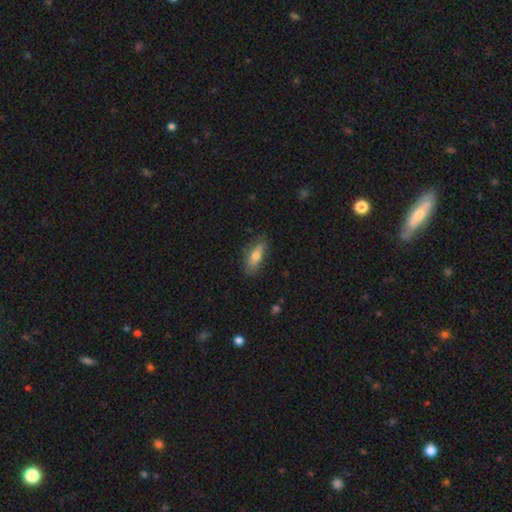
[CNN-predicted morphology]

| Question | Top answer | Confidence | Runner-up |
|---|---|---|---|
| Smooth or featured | smooth | 69% | featured or disk (24%) |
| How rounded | in between | 72% | cigar-shaped (24%) |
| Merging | none | 73% | minor disturbance (21%) |